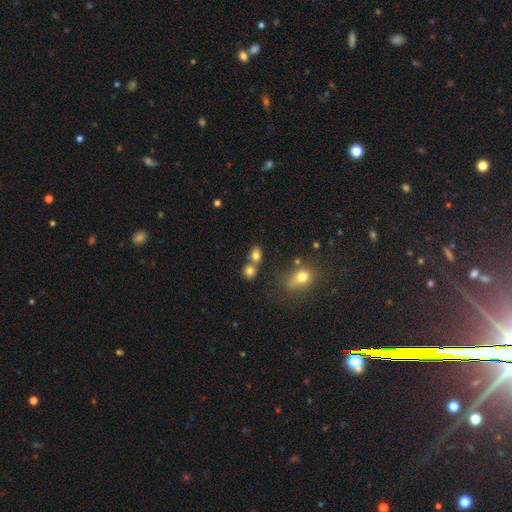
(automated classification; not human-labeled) Morphology: type=smooth (77%); roundness=in between (50%); merging=none (46%).